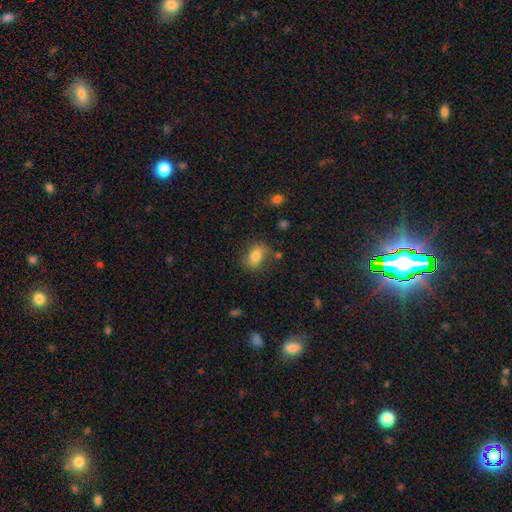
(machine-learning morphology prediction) Smooth or featured?
  - smooth: 80% *
  - featured or disk: 11%
  - star or artifact: 9%
How rounded?
  - in between: 76% *
  - round: 22%
  - cigar-shaped: 2%
Merging?
  - none: 77% *
  - minor disturbance: 16%
  - major disturbance: 4%
  - merger: 3%